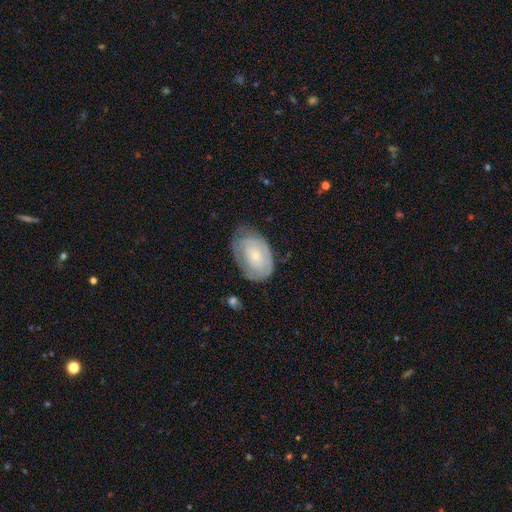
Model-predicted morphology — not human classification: This is possibly a featured or disk galaxy (52%). It is clearly not viewed edge-on (95%). Merging: possibly none (60%).